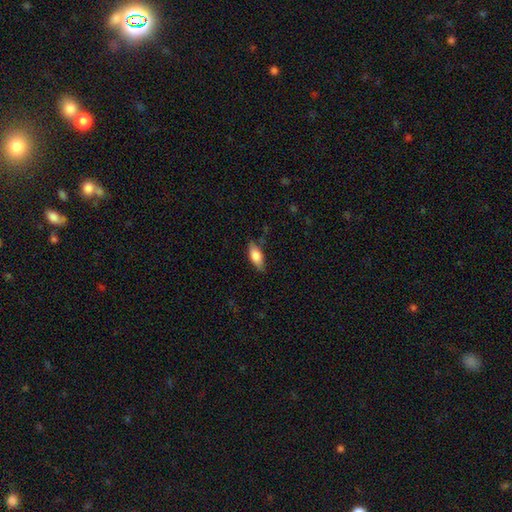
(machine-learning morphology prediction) smooth 77%, featured or disk 17%, star or artifact 6%. Down the decision tree: how rounded — in between (80%); merging — none (78%).